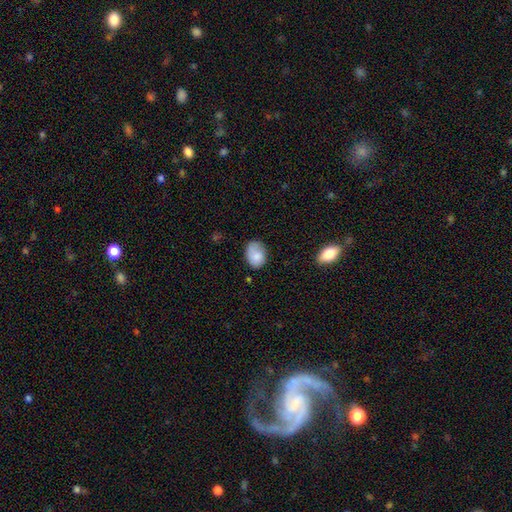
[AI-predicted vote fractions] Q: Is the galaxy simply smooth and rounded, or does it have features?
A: smooth — 81%.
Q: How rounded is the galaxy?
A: in between — 76%.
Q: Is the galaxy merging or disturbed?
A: none — 62%.